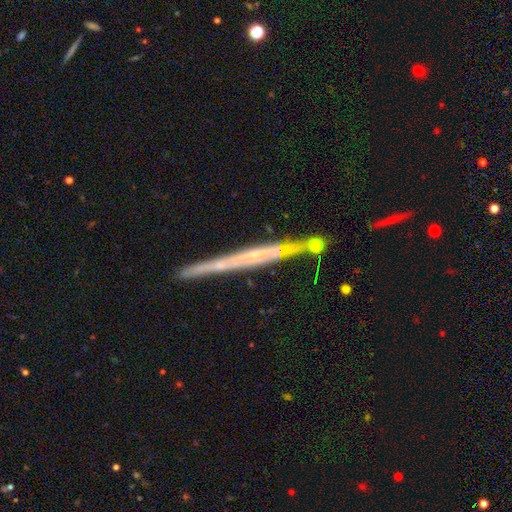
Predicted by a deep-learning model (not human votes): smooth_or_featured: featured or disk (p=0.67) [alt: smooth p=0.25]
disk_edge_on: yes (p=0.95) [alt: no p=0.05]
edge_on_bulge: none (p=0.76) [alt: rounded p=0.18]
merging: none (p=0.78) [alt: minor disturbance p=0.13]